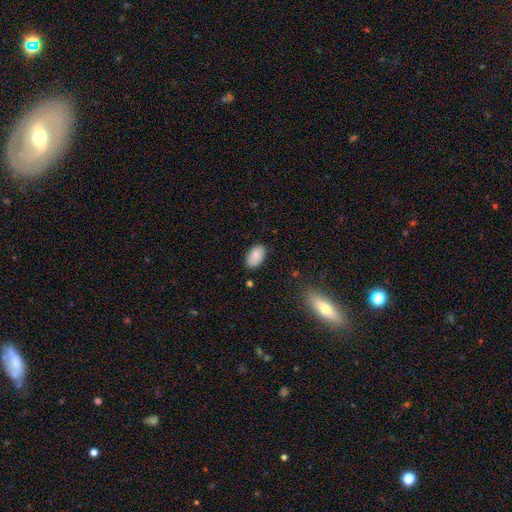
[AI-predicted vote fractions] Morphology: type=smooth (87%); roundness=in between (94%); merging=none (83%).